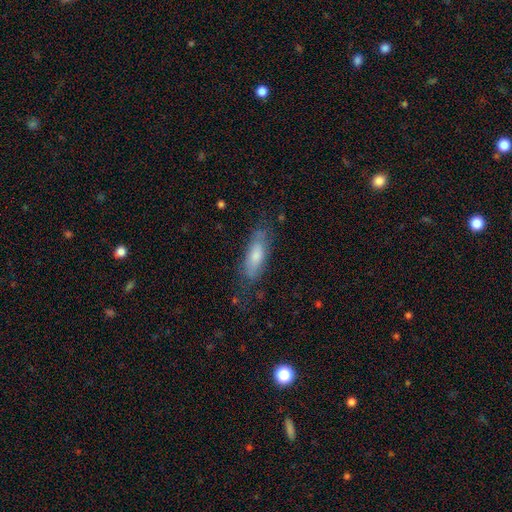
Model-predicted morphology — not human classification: type=smooth (65%); roundness=in between (57%); merging=none (66%).